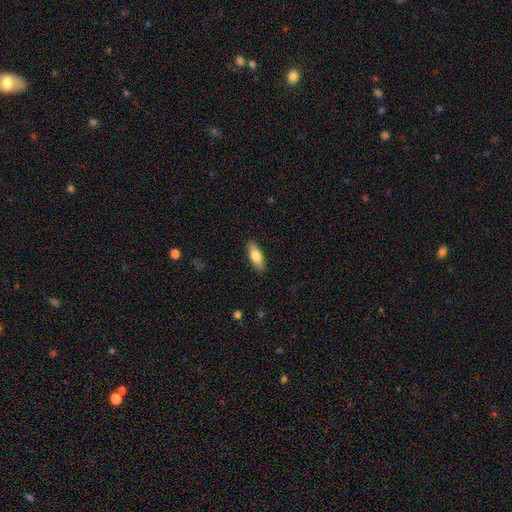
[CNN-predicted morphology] This appears to be a smooth galaxy with no disk features (76%) that is in between round and cigar-shaped (67%). Merging: none (89%).